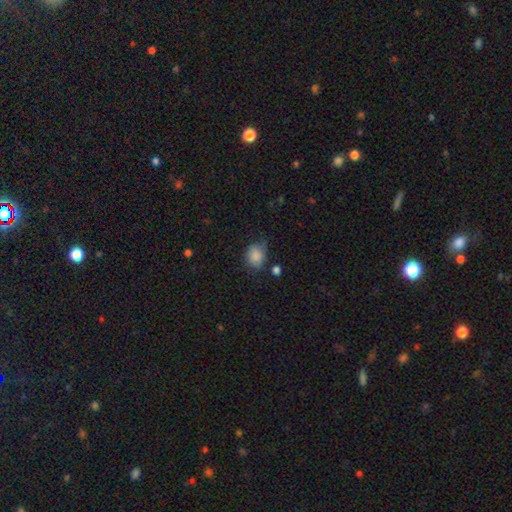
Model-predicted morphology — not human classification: A smooth galaxy with no disk features (85%) that is round (56%).

Vote fractions:
- Smooth or featured? smooth: 85% / star or artifact: 9% / featured or disk: 6%
- How rounded? round: 56% / in between: 43% / cigar-shaped: 1%
- Merging? none: 62% / minor disturbance: 28% / major disturbance: 7% / merger: 4%